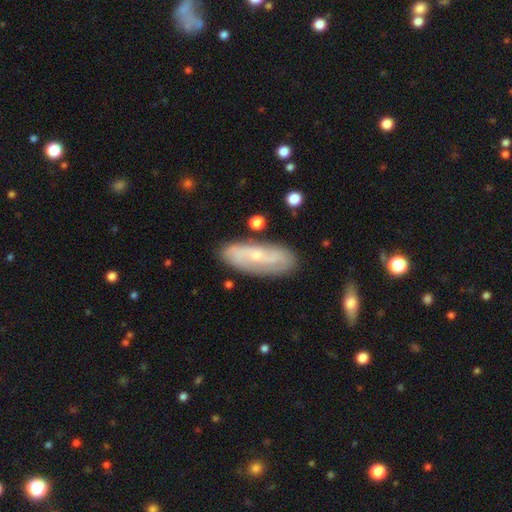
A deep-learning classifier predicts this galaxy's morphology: A featured or disk galaxy (63%) with no bar (57%), spiral arms (81%) and a small central bulge (73%). Merging: none (79%).